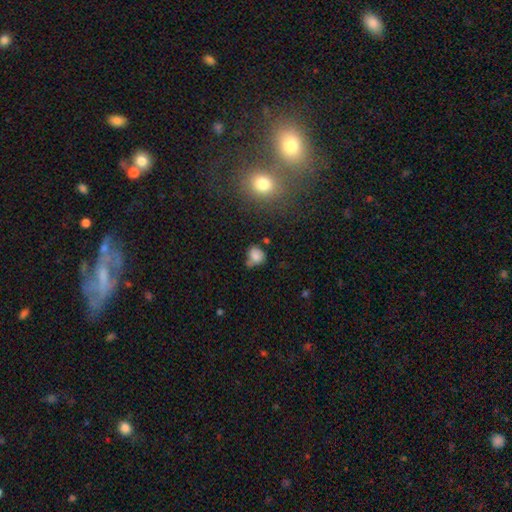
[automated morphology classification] Overall: smooth (78%). How rounded: round (67%; in between 32%). Merging: none (51%; minor disturbance 24%).